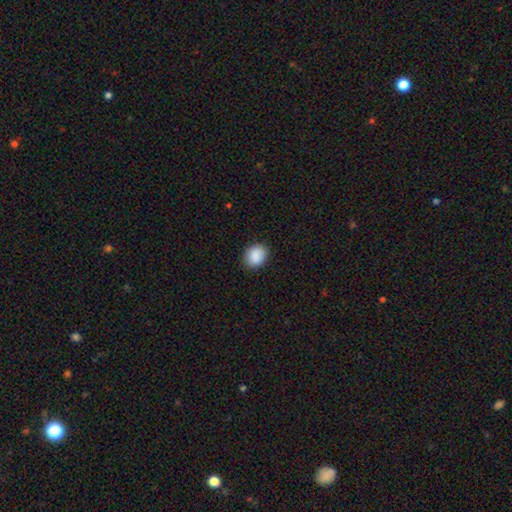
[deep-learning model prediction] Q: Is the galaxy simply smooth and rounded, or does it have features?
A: smooth — 90%.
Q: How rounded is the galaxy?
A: round — 52%.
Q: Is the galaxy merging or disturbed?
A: none — 88%.